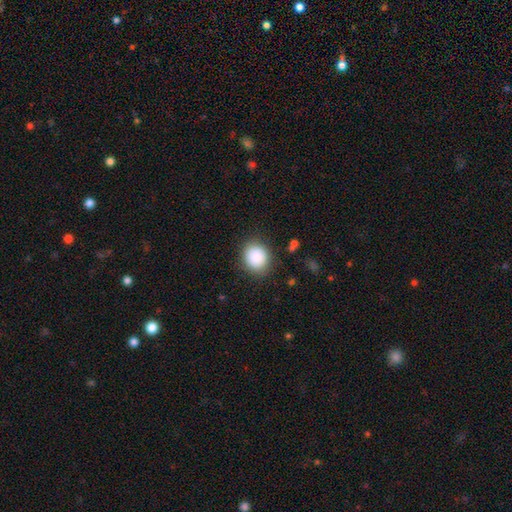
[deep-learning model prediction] Overall: smooth (88%). How rounded: round (70%). Merging: none (84%).